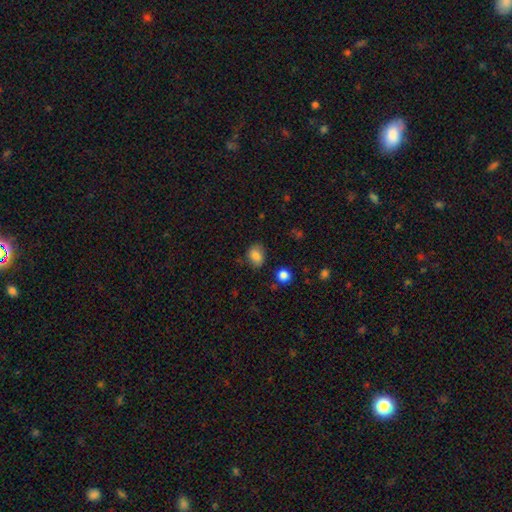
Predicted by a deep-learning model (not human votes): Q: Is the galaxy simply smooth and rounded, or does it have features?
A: smooth — 81%.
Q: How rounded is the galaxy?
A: in between — 64%.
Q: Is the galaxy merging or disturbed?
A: none — 73%.